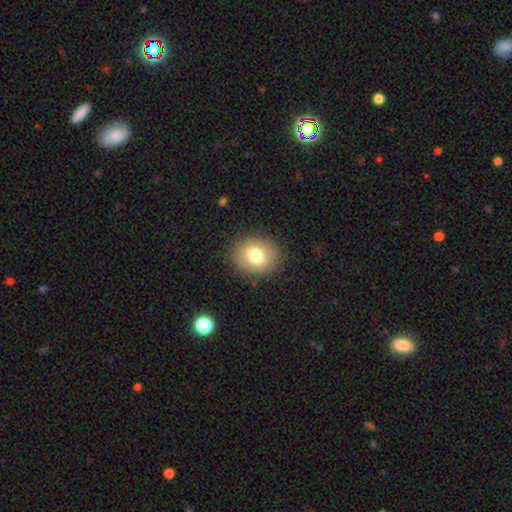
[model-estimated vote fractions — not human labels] This appears to be a smooth galaxy with no disk features (73%) that is round (57%). Merging: none (87%).